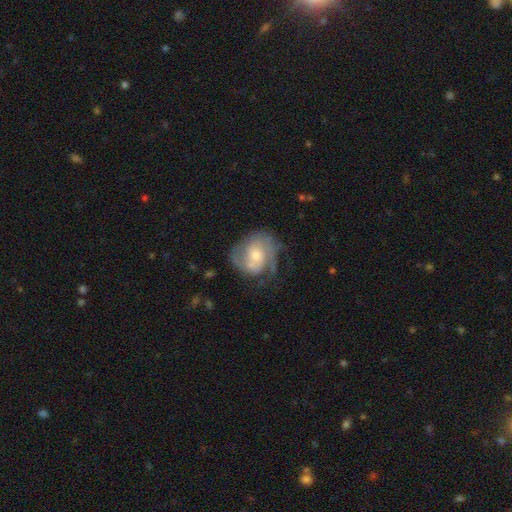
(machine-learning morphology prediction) Q: Smooth or featured?
A: featured or disk (68%); runner-up: smooth (25%)
Q: Edge-on disk?
A: no (97%); runner-up: yes (3%)
Q: Bar?
A: no (69%); runner-up: weak (27%)
Q: Spiral arms?
A: yes (84%); runner-up: no (16%)
Q: Spiral winding?
A: medium (43%); runner-up: tight (37%)
Q: Spiral arm count?
A: 2 (52%); runner-up: can't tell (24%)
Q: Bulge size?
A: moderate (52%); runner-up: small (39%)
Q: Merging?
A: none (50%); runner-up: minor disturbance (25%)